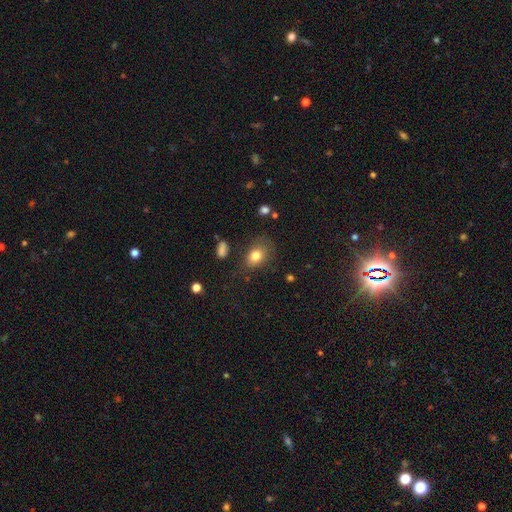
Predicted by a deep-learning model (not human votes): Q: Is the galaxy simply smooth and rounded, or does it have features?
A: smooth — 79%.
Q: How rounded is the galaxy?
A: in between — 72%.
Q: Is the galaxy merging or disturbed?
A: none — 69%.